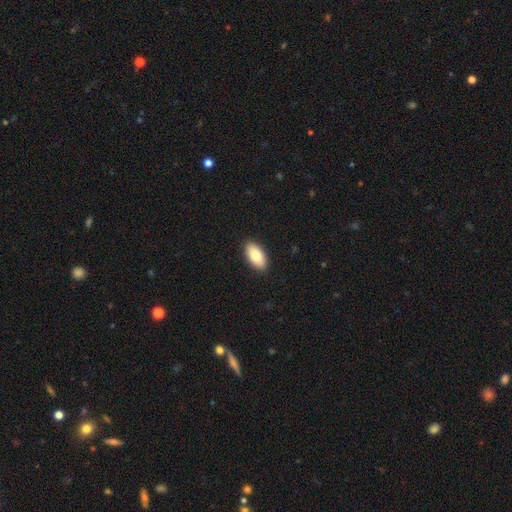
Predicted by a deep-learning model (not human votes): Smooth or featured? smooth (81%)
How rounded? in between (92%)
Merging? none (90%)